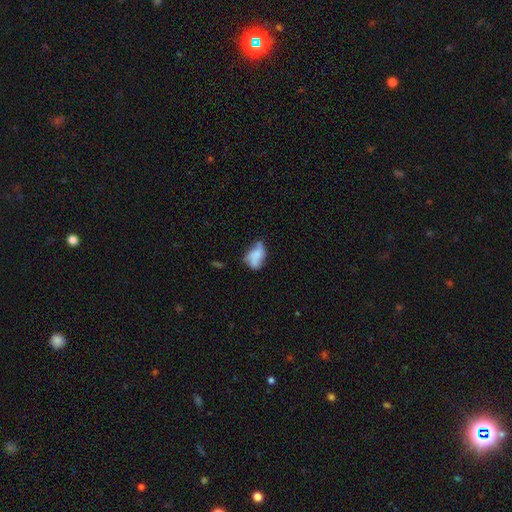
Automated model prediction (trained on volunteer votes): A smooth galaxy with no disk features (60%) that is in between round and cigar-shaped (86%).

Vote fractions:
- Smooth or featured? smooth: 60% / featured or disk: 30% / star or artifact: 10%
- How rounded? in between: 86% / round: 10% / cigar-shaped: 5%
- Merging? none: 38% / minor disturbance: 31% / major disturbance: 22% / merger: 8%